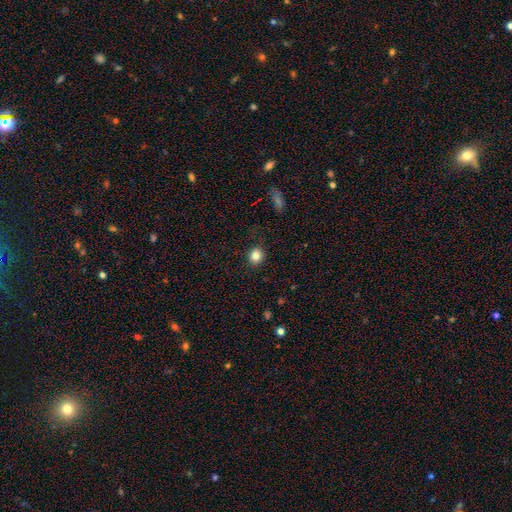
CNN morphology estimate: smooth 84%, star or artifact 11%, featured or disk 6%. Down the decision tree: how rounded — round (82%); merging — none (89%).